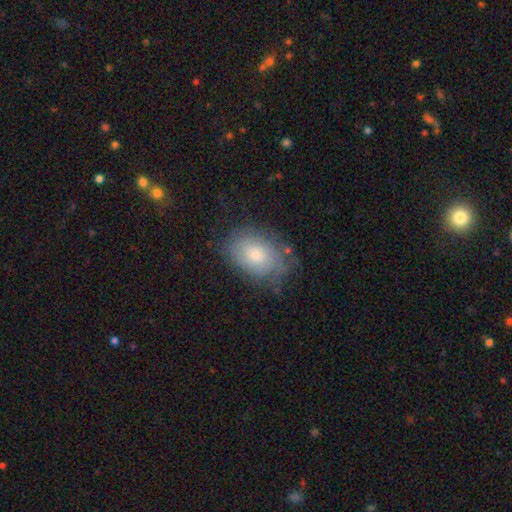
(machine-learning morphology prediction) Overall: featured or disk (49%; smooth 43%). Merging: none (64%).